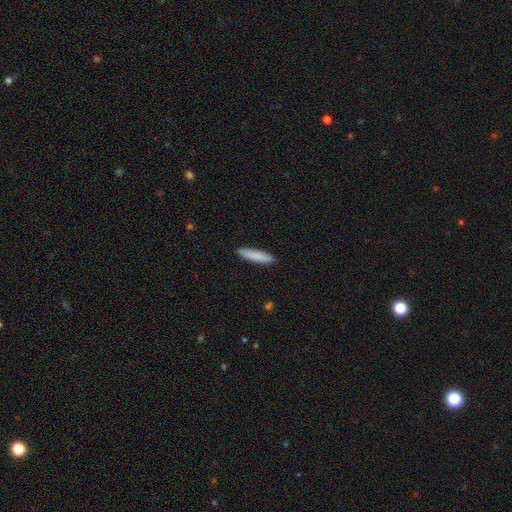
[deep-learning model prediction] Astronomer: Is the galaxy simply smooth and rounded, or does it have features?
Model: smooth — 85%.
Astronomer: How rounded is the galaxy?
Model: cigar-shaped — 84%.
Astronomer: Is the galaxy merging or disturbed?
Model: none — 90%.